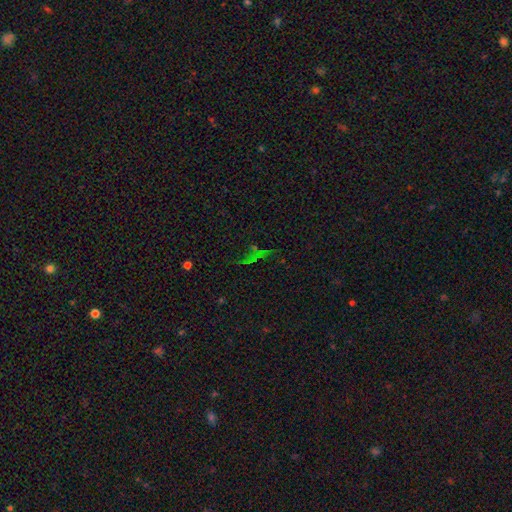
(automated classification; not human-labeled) Smooth or featured?
  - star or artifact: 67% *
  - smooth: 21%
  - featured or disk: 12%